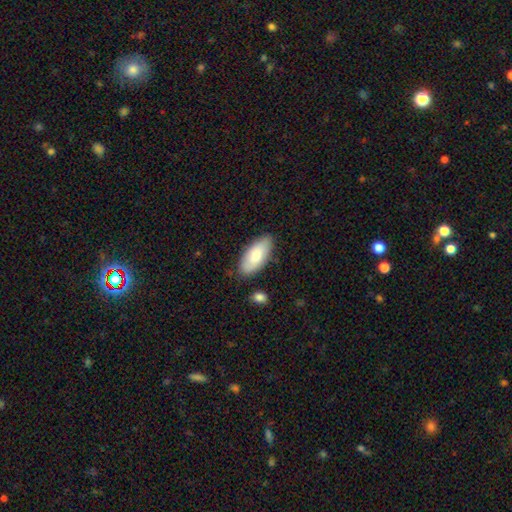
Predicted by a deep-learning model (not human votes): Smooth or featured: smooth — 78% (featured or disk — 16%)
How rounded: in between — 89% (cigar-shaped — 10%)
Merging: none — 81% (minor disturbance — 13%)